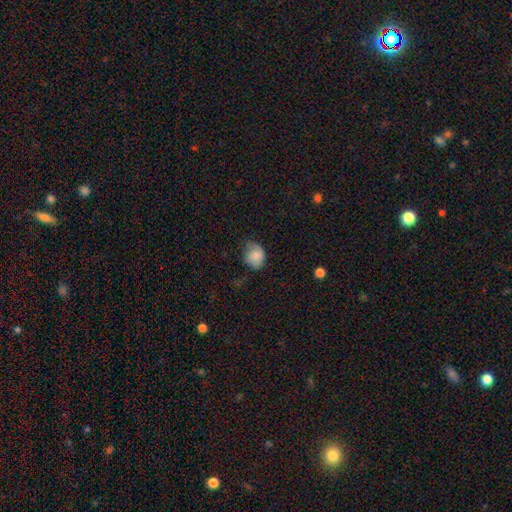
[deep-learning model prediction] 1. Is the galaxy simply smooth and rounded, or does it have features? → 82% smooth, 10% featured or disk, 8% star or artifact.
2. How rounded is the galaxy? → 51% round, 48% in between, 1% cigar-shaped.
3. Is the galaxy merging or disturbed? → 54% none, 35% minor disturbance, 10% major disturbance, 1% merger.